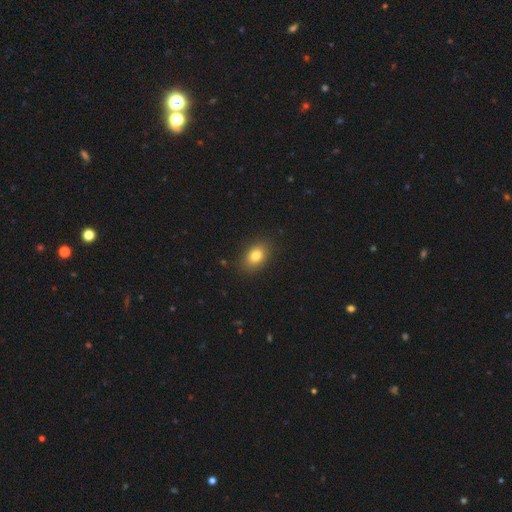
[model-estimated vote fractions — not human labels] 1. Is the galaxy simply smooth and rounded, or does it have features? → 82% smooth, 9% star or artifact, 8% featured or disk.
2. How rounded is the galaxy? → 81% in between, 17% round, 2% cigar-shaped.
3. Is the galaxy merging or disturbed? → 86% none, 10% minor disturbance, 3% major disturbance, 1% merger.